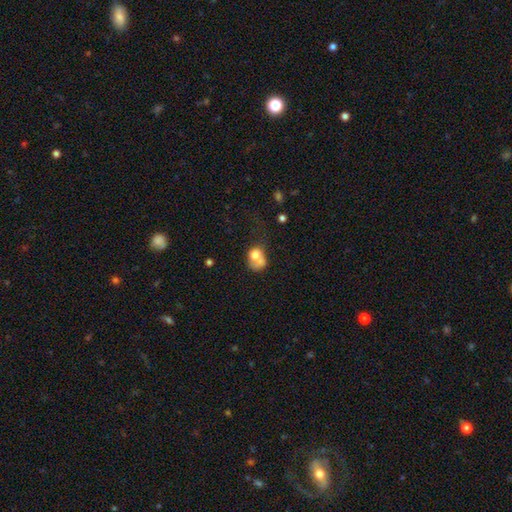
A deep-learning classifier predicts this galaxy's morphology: The model was most divided on "how rounded": in between: 50%, round: 48%, cigar-shaped: 1%. Remaining: smooth or featured — smooth (68%); merging — merger (44%).